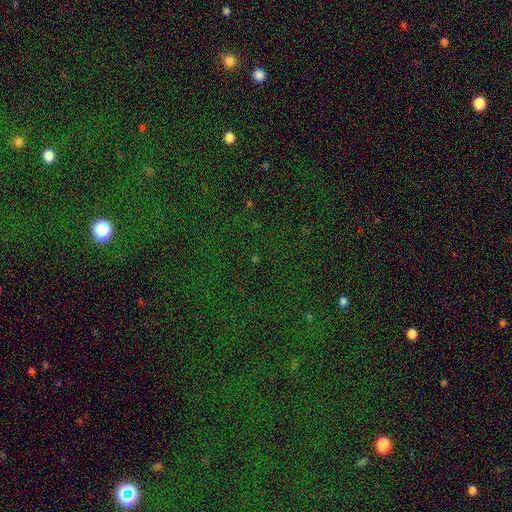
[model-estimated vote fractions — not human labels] This is likely a star or artifact rather than a galaxy (80%).